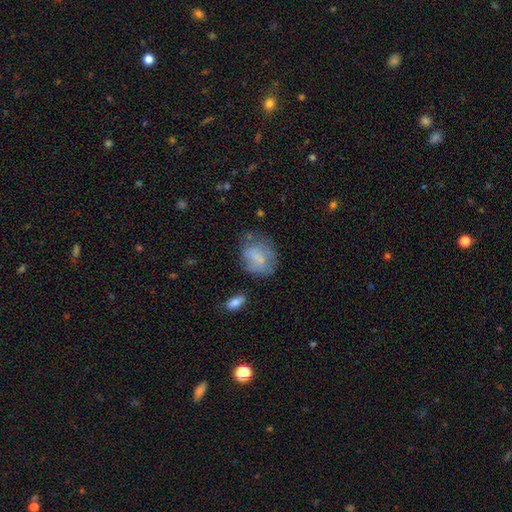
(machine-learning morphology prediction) This is likely a smooth galaxy (66%). How rounded: possibly in between (52%). Merging: possibly none (53%).